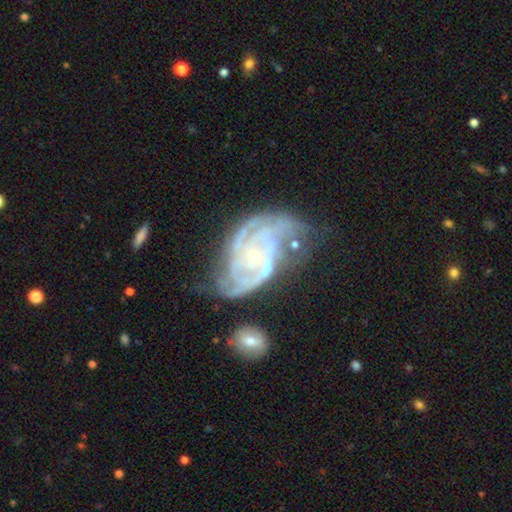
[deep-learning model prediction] Morphology: type=featured or disk (88%); edge-on=no (97%); bar=no (66%); spiral arms=yes (95%); winding=tight (58%); arm count=2 (29%); bulge=small (78%); merging=none (44%).